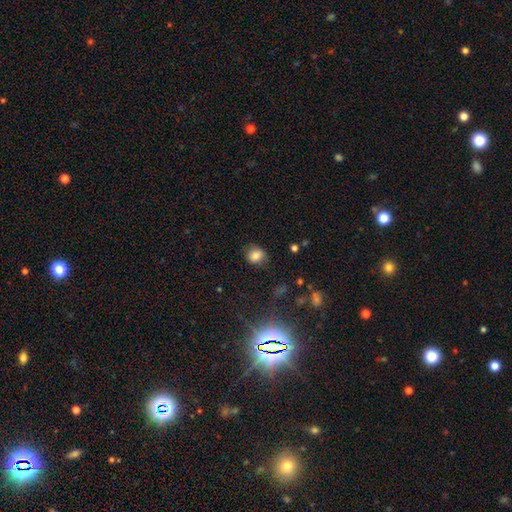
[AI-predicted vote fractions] Smooth or featured: smooth — 78% (star or artifact — 13%)
How rounded: round — 69% (in between — 30%)
Merging: none — 76% (minor disturbance — 18%)